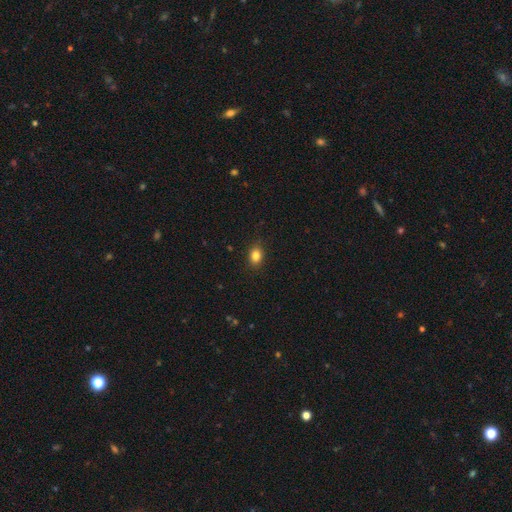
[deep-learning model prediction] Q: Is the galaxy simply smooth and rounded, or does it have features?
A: smooth — 84%.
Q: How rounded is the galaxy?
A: in between — 70%.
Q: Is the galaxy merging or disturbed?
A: none — 86%.